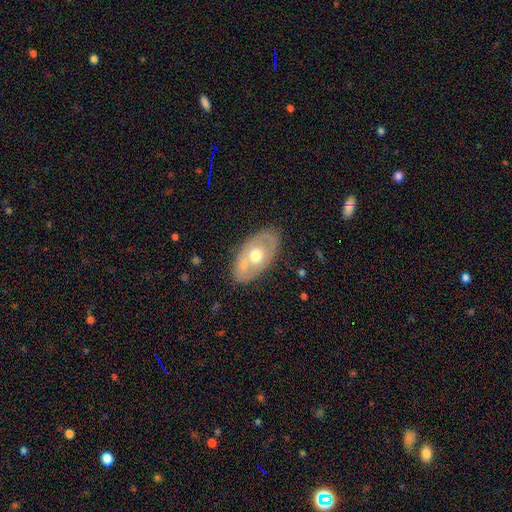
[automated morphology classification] A featured or disk galaxy (52%). Merging: none (71%).